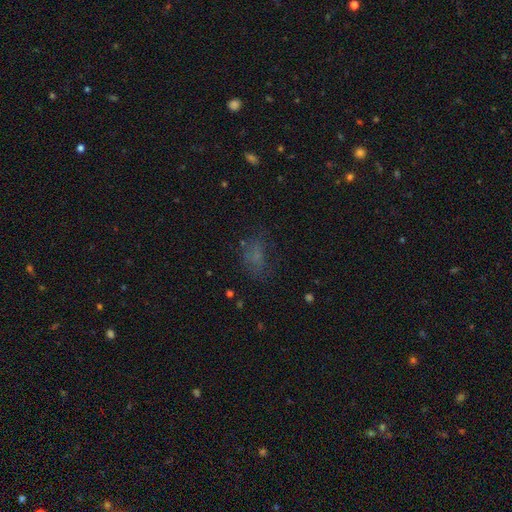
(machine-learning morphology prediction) smooth_or_featured: smooth (p=0.56) [alt: star or artifact p=0.25]
how_rounded: in between (p=0.79) [alt: round p=0.17]
merging: none (p=0.52) [alt: major disturbance p=0.23]